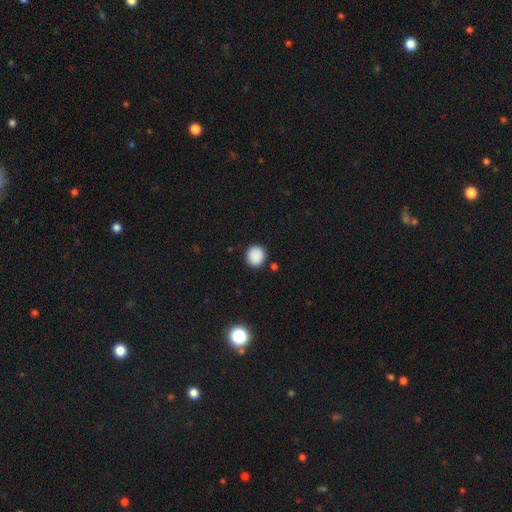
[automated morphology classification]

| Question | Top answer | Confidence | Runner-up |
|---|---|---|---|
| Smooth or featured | smooth | 88% | star or artifact (9%) |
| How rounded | round | 90% | in between (9%) |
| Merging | none | 89% | minor disturbance (7%) |